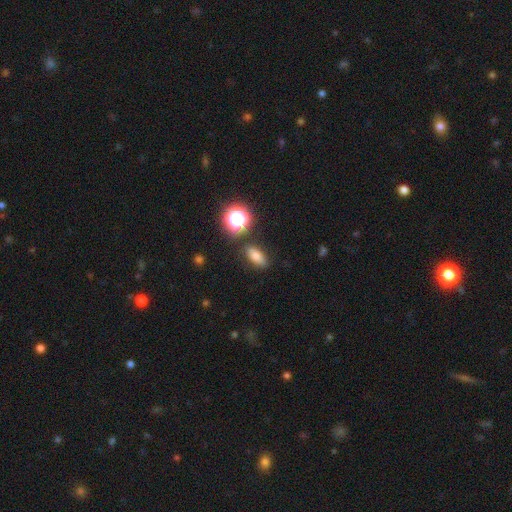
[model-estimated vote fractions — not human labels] smooth_or_featured: smooth (p=0.71) [alt: star or artifact p=0.18]
how_rounded: in between (p=0.77) [alt: round p=0.14]
merging: none (p=0.83) [alt: minor disturbance p=0.10]